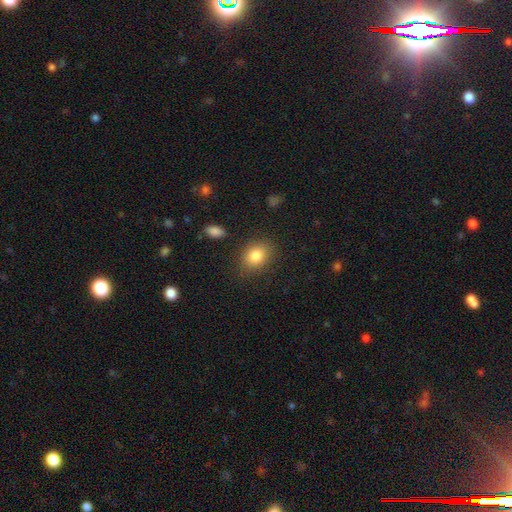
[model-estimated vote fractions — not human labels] Smooth or featured? Predicted: smooth (p=0.84). How rounded? Predicted: in between (p=0.61). Merging? Predicted: none (p=0.82).